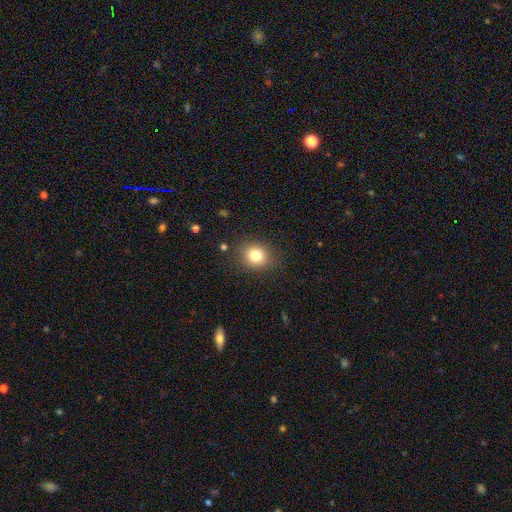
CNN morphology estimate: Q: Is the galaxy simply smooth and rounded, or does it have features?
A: smooth — 80%.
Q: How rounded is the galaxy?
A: round — 73%.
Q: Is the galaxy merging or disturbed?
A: none — 86%.